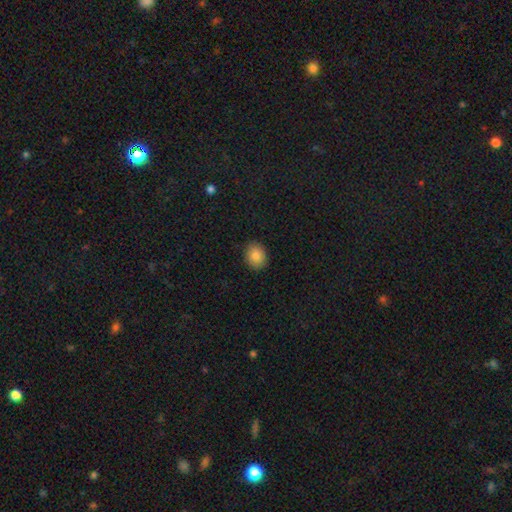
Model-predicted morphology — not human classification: Smooth or featured? Predicted: smooth (p=0.84). How rounded? Predicted: round (p=0.61). Merging? Predicted: none (p=0.89).